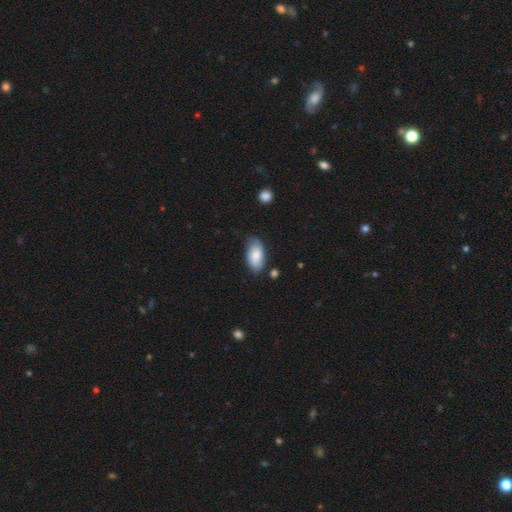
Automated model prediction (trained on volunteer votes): Overall: smooth (78%). How rounded: in between (93%). Merging: none (71%).